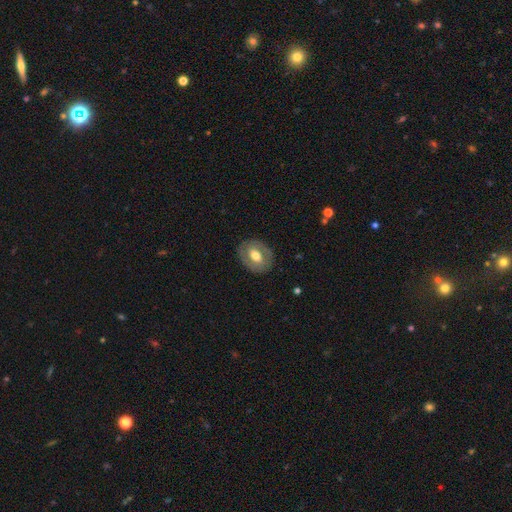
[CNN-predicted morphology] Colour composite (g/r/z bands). It shows a featured or disk galaxy (49%). Merging: none (83%).